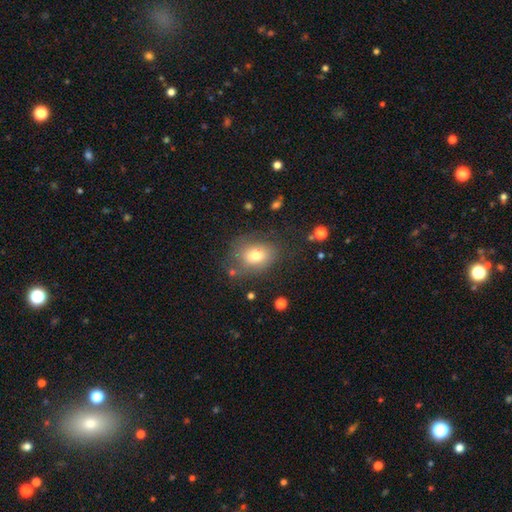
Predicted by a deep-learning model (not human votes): smooth_or_featured: smooth (p=0.73) [alt: featured or disk p=0.16]
how_rounded: in between (p=0.56) [alt: round p=0.43]
merging: none (p=0.66) [alt: minor disturbance p=0.20]